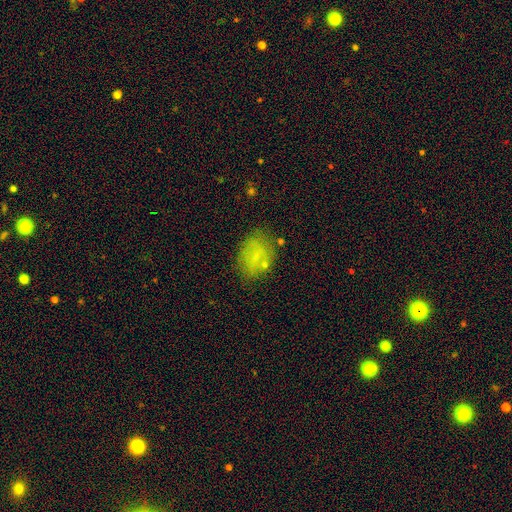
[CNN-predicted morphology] smooth-or-featured: smooth: 68% | featured or disk: 19% | star or artifact: 13%
  how-rounded: in between: 78% | round: 21% | cigar-shaped: 2%
  merging: none: 71% | minor disturbance: 18% | major disturbance: 6% | merger: 4%